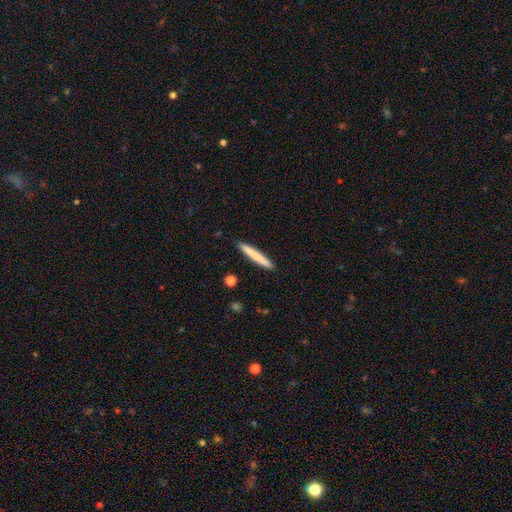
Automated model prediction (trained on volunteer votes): The model was most divided on "smooth or featured": smooth: 76%, featured or disk: 19%, star or artifact: 6%. More confident: how rounded — cigar-shaped (96%); merging — none (92%).